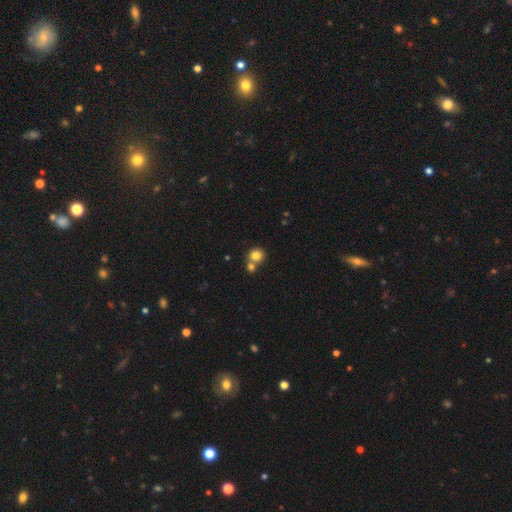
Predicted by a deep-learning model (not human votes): Smooth or featured: smooth — 81% (star or artifact — 11%)
How rounded: round — 84% (in between — 15%)
Merging: none — 50% (merger — 39%)